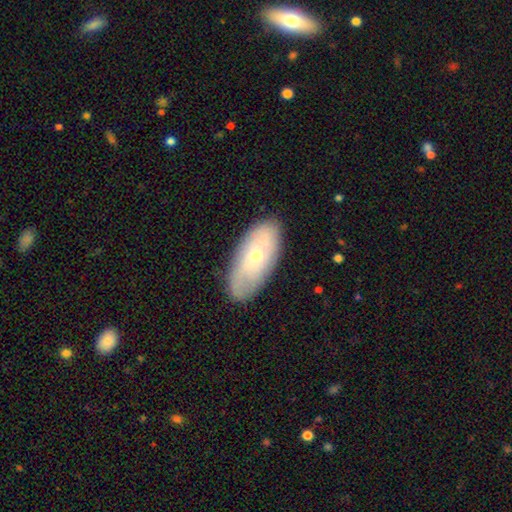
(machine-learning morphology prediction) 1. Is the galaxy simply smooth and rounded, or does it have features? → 50% smooth, 44% featured or disk, 7% star or artifact.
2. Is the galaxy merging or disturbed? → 81% none, 14% minor disturbance, 3% major disturbance, 1% merger.